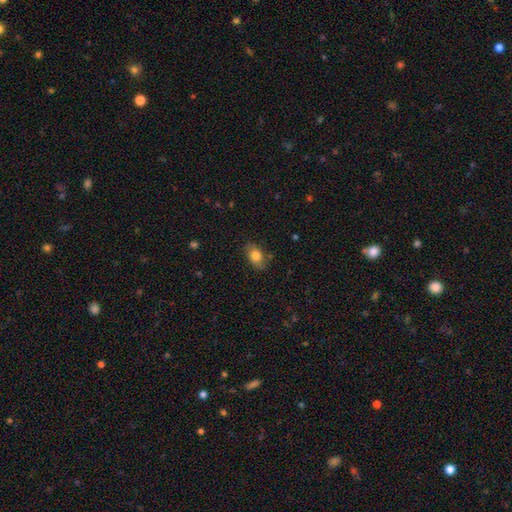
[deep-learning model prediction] This is likely a smooth galaxy (79%). How rounded: clearly in between (85%). Merging: likely none (79%).